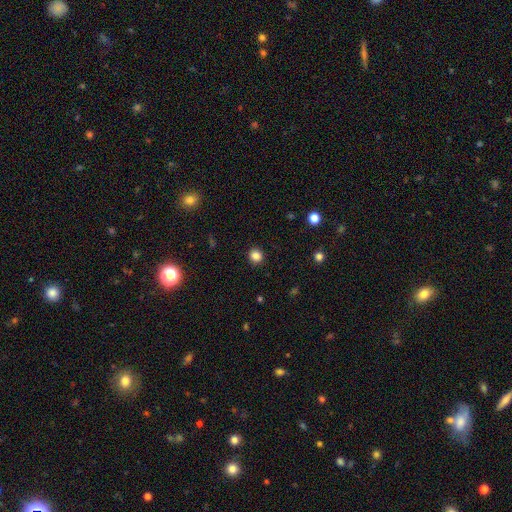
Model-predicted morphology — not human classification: Q: Smooth or featured?
A: smooth (84%); runner-up: star or artifact (12%)
Q: How rounded?
A: round (90%); runner-up: in between (9%)
Q: Merging?
A: none (92%); runner-up: minor disturbance (5%)